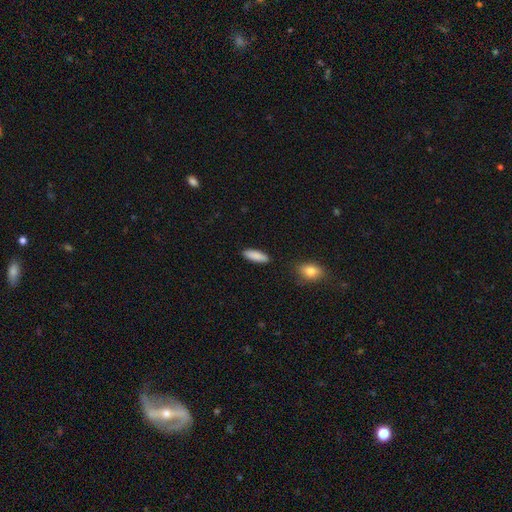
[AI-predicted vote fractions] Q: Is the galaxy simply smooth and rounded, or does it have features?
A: smooth — 87%.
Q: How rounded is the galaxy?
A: in between — 57%.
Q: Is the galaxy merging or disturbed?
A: none — 85%.